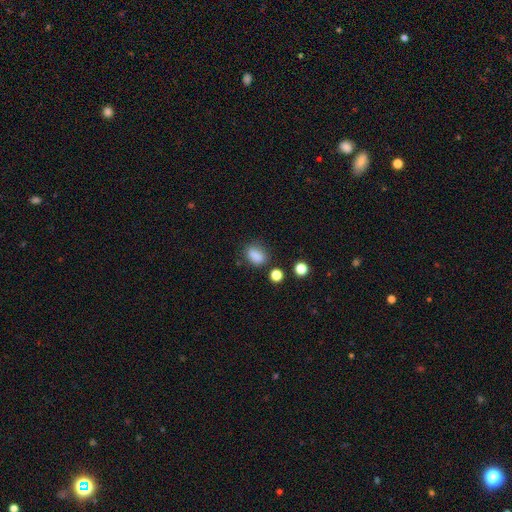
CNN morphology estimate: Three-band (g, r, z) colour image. It shows a smooth galaxy with no disk features (85%) that is in between round and cigar-shaped (74%). Merging: none (72%).